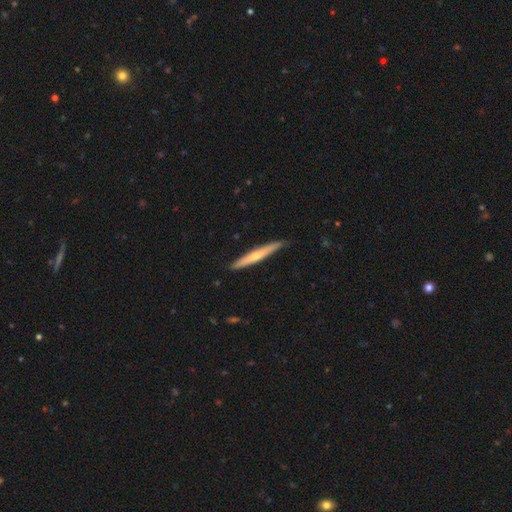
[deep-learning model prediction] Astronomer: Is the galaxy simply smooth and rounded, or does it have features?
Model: smooth — 52% (runner-up: featured or disk, 43%).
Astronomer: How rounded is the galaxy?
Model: cigar-shaped — 95%.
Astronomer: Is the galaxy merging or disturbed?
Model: none — 85%.